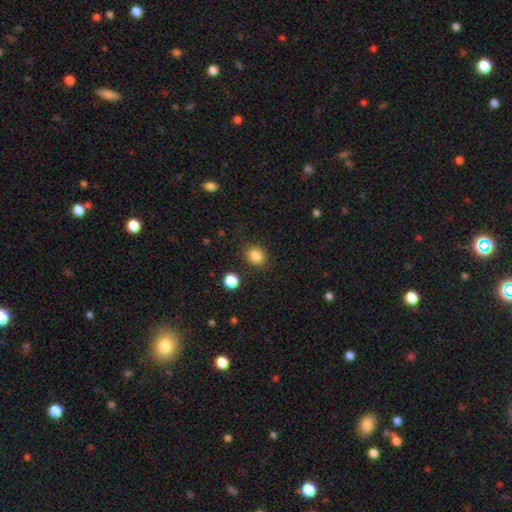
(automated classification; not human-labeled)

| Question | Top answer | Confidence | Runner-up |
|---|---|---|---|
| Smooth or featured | smooth | 84% | star or artifact (11%) |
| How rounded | round | 66% | in between (33%) |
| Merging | none | 84% | minor disturbance (10%) |